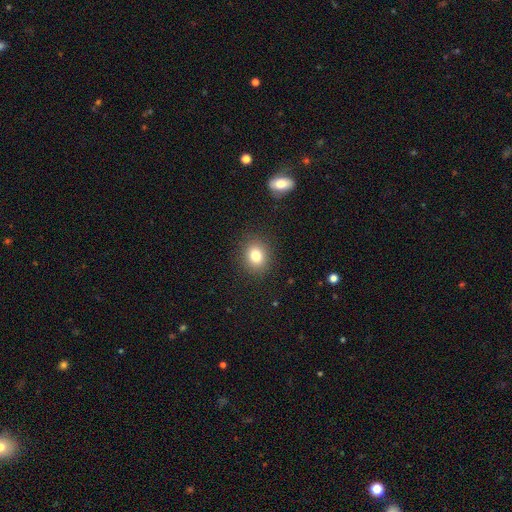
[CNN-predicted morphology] This appears to be a smooth galaxy with no disk features (80%) that is round (64%). Merging: none (88%).